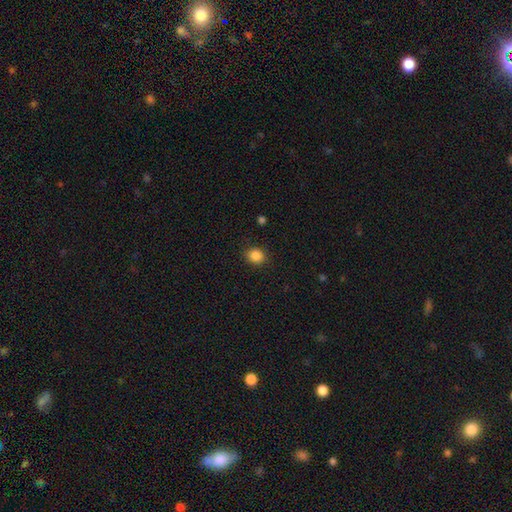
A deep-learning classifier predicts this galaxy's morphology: type=smooth (85%); roundness=round (78%); merging=none (89%).